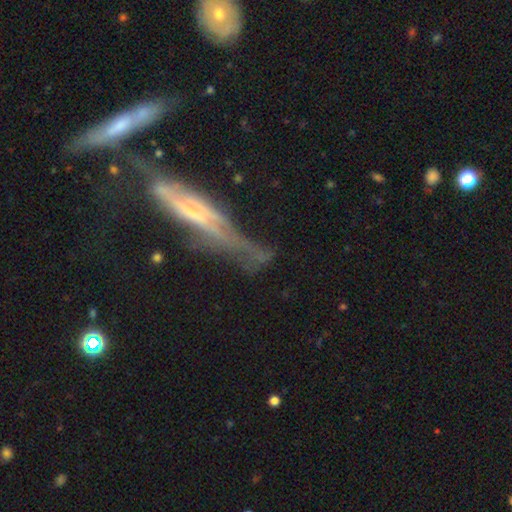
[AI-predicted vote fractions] smooth_or_featured: featured or disk (p=0.59) [alt: smooth p=0.27]
disk_edge_on: yes (p=0.68) [alt: no p=0.32]
merging: none (p=0.50) [alt: minor disturbance p=0.24]